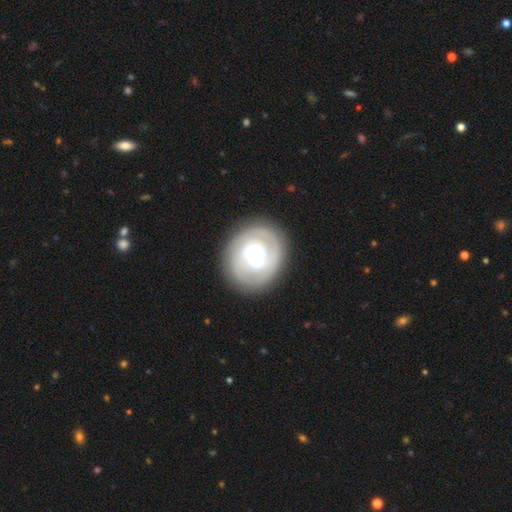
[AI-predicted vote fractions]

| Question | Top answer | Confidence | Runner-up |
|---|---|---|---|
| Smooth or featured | featured or disk | 68% | smooth (27%) |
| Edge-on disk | no | 97% | yes (3%) |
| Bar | no | 71% | weak (22%) |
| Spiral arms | yes | 69% | no (31%) |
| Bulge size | small | 47% | moderate (40%) |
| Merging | none | 82% | minor disturbance (11%) |